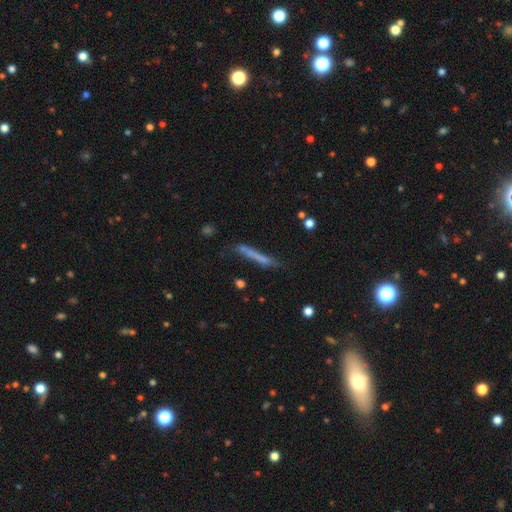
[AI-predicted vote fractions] A smooth galaxy with no disk features (58%) that is cigar-shaped (93%). Merging: none (62%).